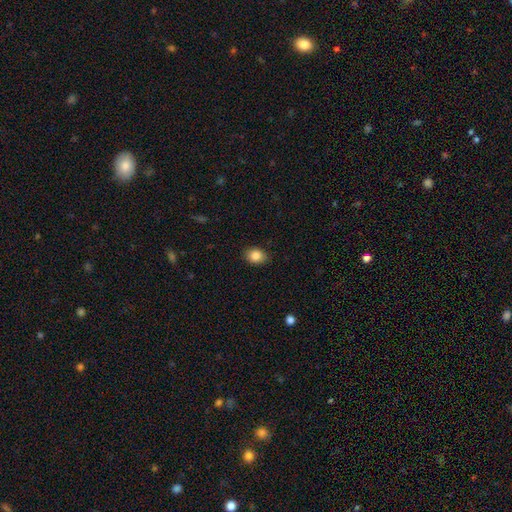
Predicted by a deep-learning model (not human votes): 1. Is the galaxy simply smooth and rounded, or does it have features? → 85% smooth, 9% star or artifact, 6% featured or disk.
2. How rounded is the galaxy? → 58% in between, 41% round, 1% cigar-shaped.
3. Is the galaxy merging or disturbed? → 86% none, 10% minor disturbance, 2% major disturbance, 1% merger.